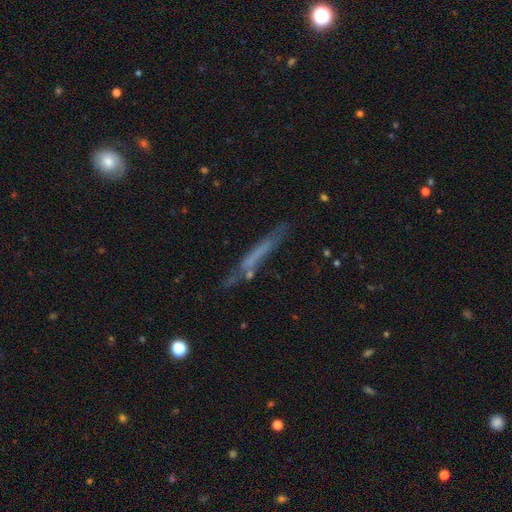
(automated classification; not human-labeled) Morphology: type=featured or disk (45%); merging=none (66%).